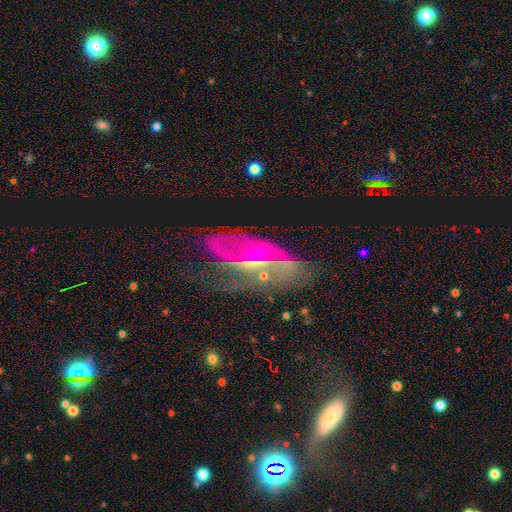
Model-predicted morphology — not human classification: A featured or disk galaxy (71%) with no bar (43%), spiral arms (64%) and a small central bulge (61%). Merging: none (54%).